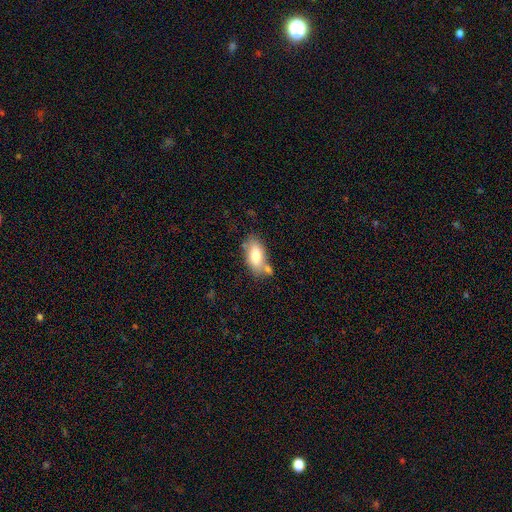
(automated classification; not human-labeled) A smooth galaxy with no disk features (75%) that is in between round and cigar-shaped (91%). Merging: none (58%).